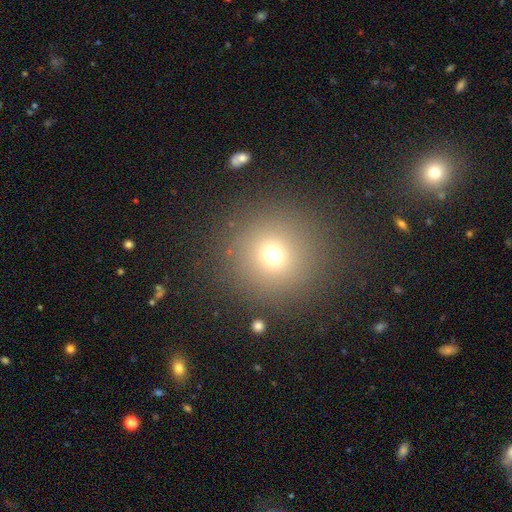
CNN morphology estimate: Smooth or featured? smooth (66%)
How rounded? round (94%)
Merging? none (90%)